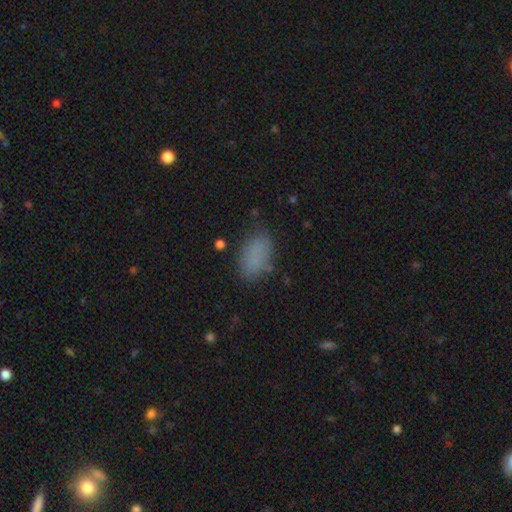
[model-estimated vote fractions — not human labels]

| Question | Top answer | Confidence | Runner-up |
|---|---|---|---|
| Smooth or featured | smooth | 83% | star or artifact (11%) |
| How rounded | in between | 92% | round (5%) |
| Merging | none | 77% | minor disturbance (16%) |